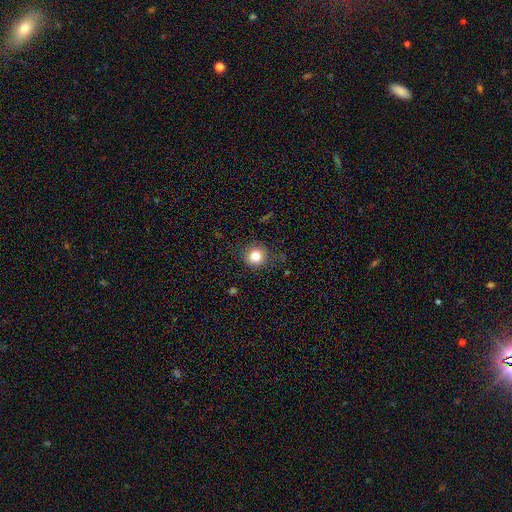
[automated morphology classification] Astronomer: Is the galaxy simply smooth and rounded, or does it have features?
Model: smooth — 81%.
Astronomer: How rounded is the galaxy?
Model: round — 91%.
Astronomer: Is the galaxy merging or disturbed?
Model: none — 84%.